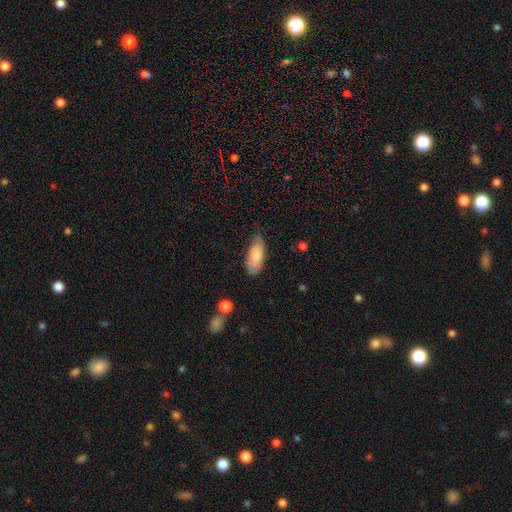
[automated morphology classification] A smooth galaxy with no disk features (75%) that is in between round and cigar-shaped (85%).

Vote fractions:
- Smooth or featured? smooth: 75% / featured or disk: 19% / star or artifact: 7%
- How rounded? in between: 85% / cigar-shaped: 13% / round: 2%
- Merging? none: 55% / minor disturbance: 31% / major disturbance: 8% / merger: 6%